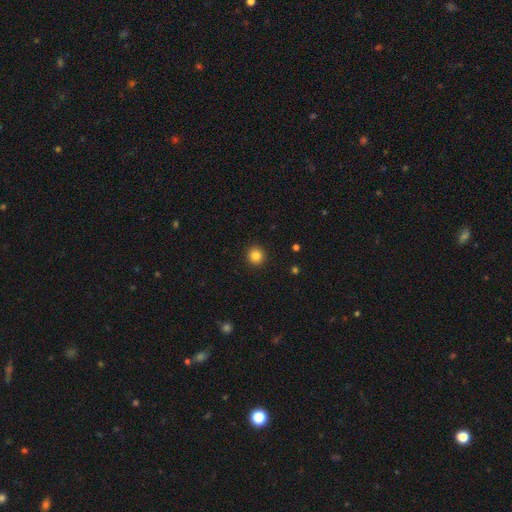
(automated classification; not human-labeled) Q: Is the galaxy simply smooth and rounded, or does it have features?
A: smooth — 85%.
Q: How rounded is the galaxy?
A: round — 94%.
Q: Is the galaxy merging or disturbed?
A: none — 93%.